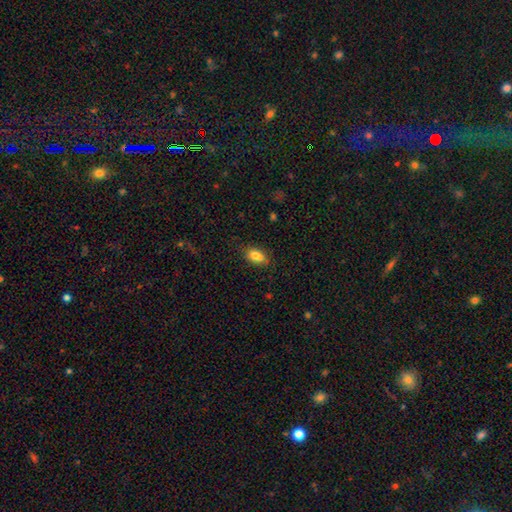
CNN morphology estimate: Q: Smooth or featured?
A: smooth (80%); runner-up: featured or disk (11%)
Q: How rounded?
A: in between (86%); runner-up: round (9%)
Q: Merging?
A: none (68%); runner-up: minor disturbance (18%)